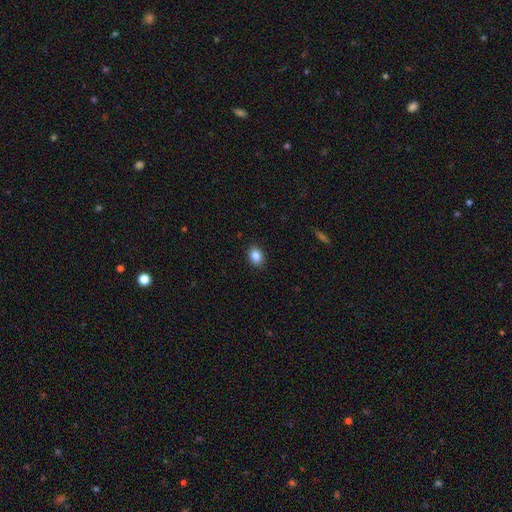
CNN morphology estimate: Smooth or featured? smooth (86%)
How rounded? in between (69%)
Merging? none (90%)